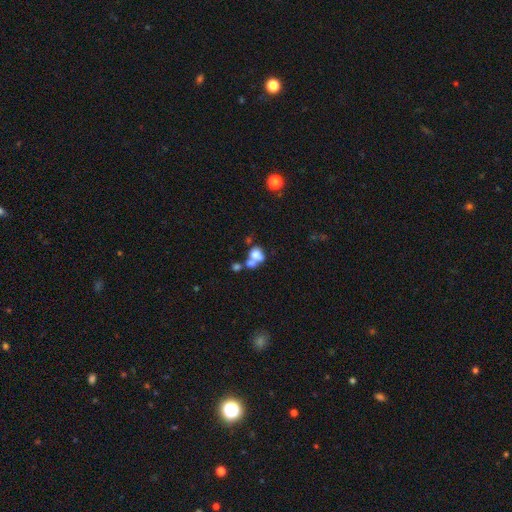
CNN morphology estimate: A smooth galaxy with no disk features (69%) that is in between round and cigar-shaped (61%).

Vote fractions:
- Smooth or featured? smooth: 69% / featured or disk: 20% / star or artifact: 11%
- How rounded? in between: 61% / round: 37% / cigar-shaped: 2%
- Merging? merger: 62% / none: 20% / major disturbance: 9% / minor disturbance: 9%